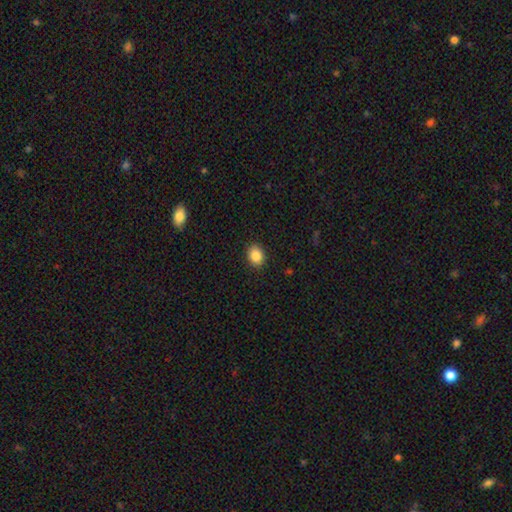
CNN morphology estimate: The model was most divided on "how rounded": in between: 58%, round: 41%, cigar-shaped: 1%. More confident: merging — none (89%); smooth or featured — smooth (86%).